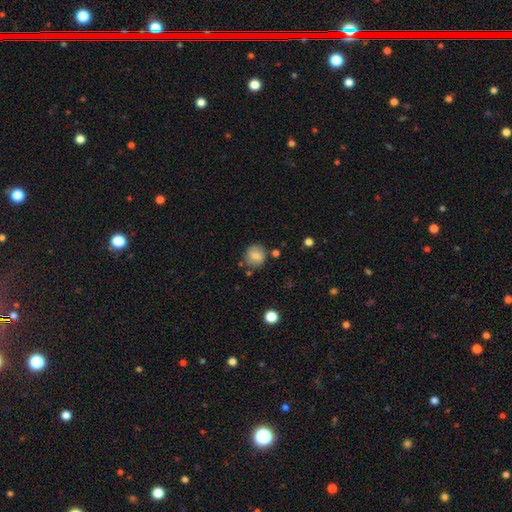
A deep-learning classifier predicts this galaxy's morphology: smooth-or-featured: smooth: 79% | featured or disk: 11% | star or artifact: 9%
  how-rounded: round: 87% | in between: 12% | cigar-shaped: 1%
  merging: none: 77% | minor disturbance: 14% | merger: 5% | major disturbance: 4%